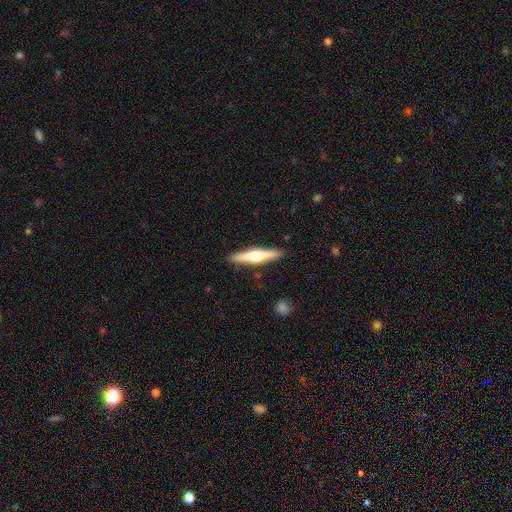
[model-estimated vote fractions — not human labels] A featured or disk galaxy (60%) viewed edge-on (96%) with a rounded central bulge (93%). Merging: none (90%).